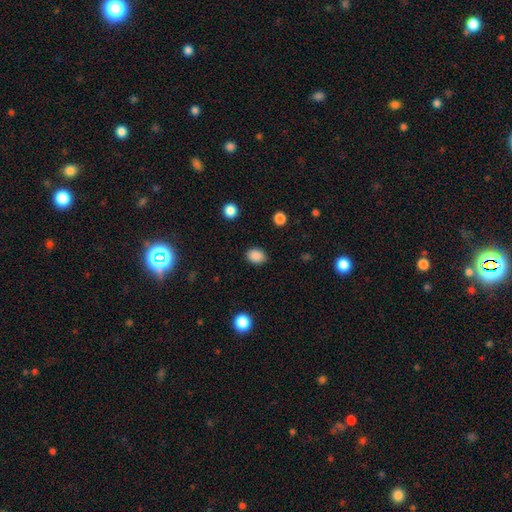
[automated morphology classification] Smooth or featured? Predicted: smooth (p=0.87). How rounded? Predicted: in between (p=0.62). Merging? Predicted: none (p=0.86).